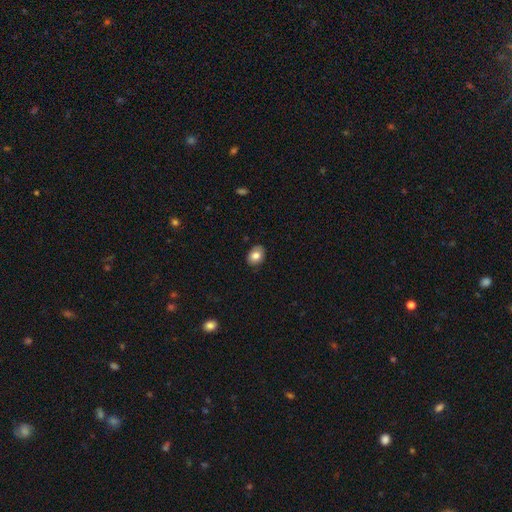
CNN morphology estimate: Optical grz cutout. It shows a smooth galaxy with no disk features (82%) that is in between round and cigar-shaped (67%). Merging: none (84%).